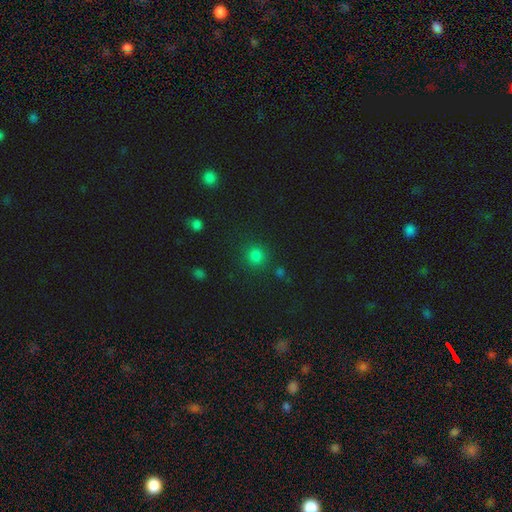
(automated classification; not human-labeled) Smooth or featured?
  - smooth: 79% *
  - star or artifact: 17%
  - featured or disk: 4%
How rounded?
  - round: 89% *
  - in between: 10%
  - cigar-shaped: 1%
Merging?
  - none: 82% *
  - minor disturbance: 9%
  - major disturbance: 5%
  - merger: 4%